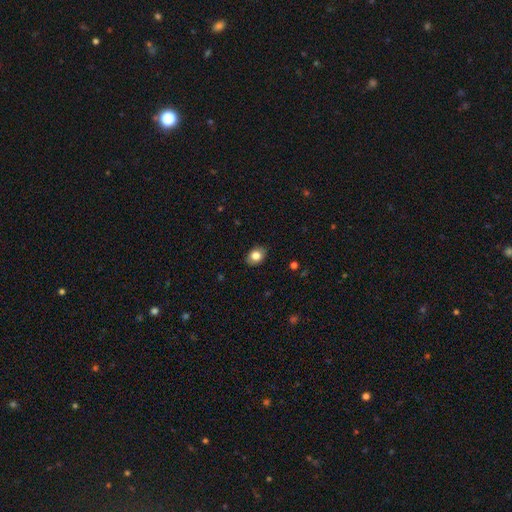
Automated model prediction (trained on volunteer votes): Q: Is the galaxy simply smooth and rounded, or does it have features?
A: smooth — 82%.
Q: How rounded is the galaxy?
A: in between — 63%.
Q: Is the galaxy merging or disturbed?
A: none — 87%.